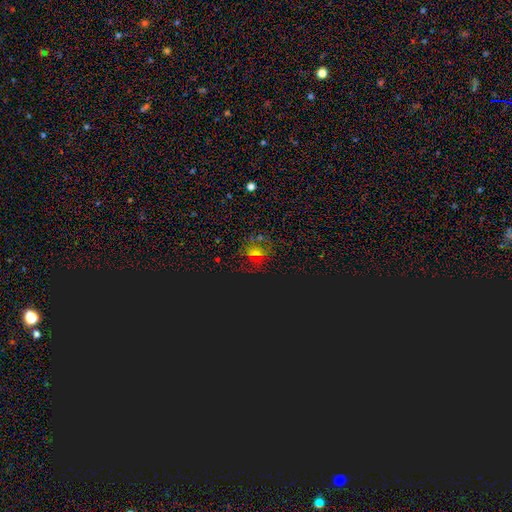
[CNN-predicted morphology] This appears to be a star or artifact, not a galaxy (53%).